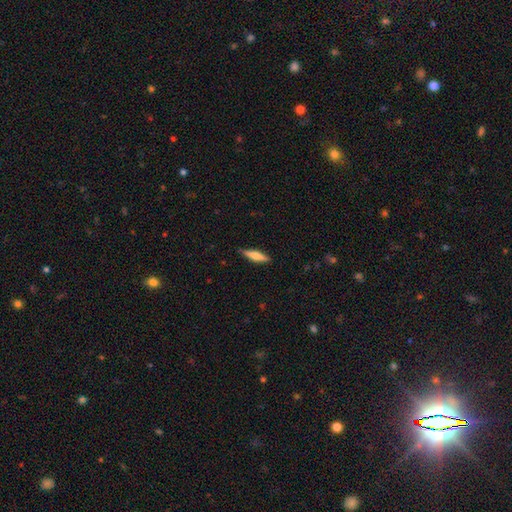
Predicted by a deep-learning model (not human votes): Smooth or featured? Predicted: smooth (p=0.57). How rounded? Predicted: cigar-shaped (p=0.76). Merging? Predicted: none (p=0.87).